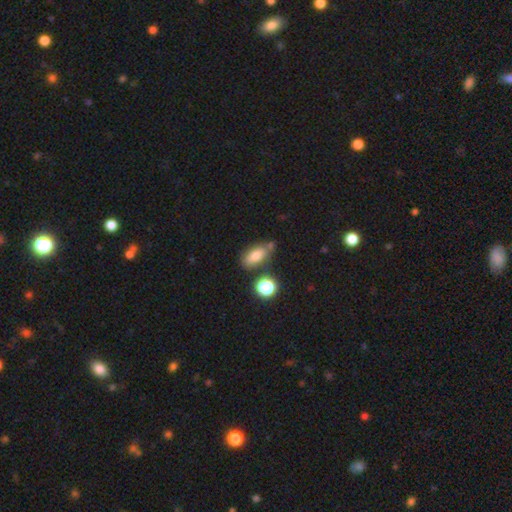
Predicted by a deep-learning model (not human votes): This is likely a smooth galaxy (73%). How rounded: clearly in between (80%). Merging: likely none (62%).